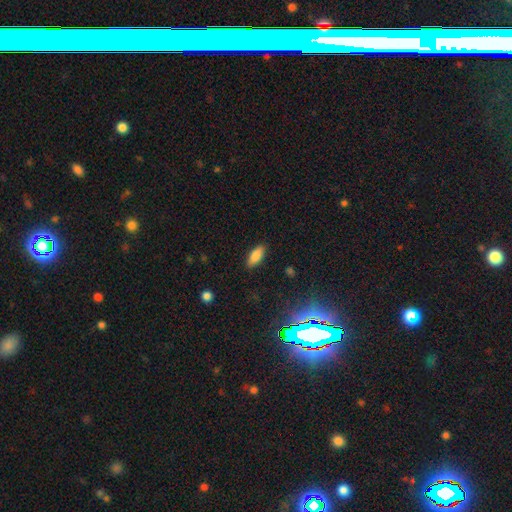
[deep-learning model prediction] smooth_or_featured: smooth (p=0.83) [alt: star or artifact p=0.09]
how_rounded: in between (p=0.81) [alt: cigar-shaped p=0.16]
merging: none (p=0.87) [alt: minor disturbance p=0.09]